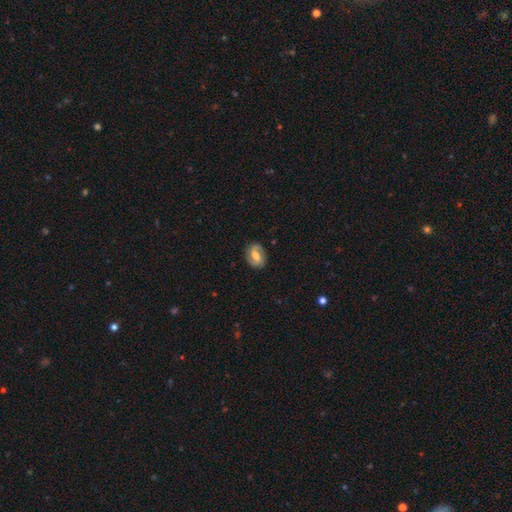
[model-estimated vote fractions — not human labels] Smooth or featured?
  - featured or disk: 68% *
  - smooth: 25%
  - star or artifact: 7%
Edge-on disk?
  - no: 97% *
  - yes: 3%
Bar?
  - weak: 49% *
  - no: 28%
  - strong: 23%
Spiral arms?
  - yes: 90% *
  - no: 10%
Spiral winding?
  - medium: 46% *
  - tight: 28%
  - loose: 25%
Spiral arm count?
  - 2: 88% *
  - can't tell: 5%
  - 1: 4%
  - 3: 1%
  - 4: 1%
  - more than 4: 1%
Bulge size?
  - moderate: 61% *
  - large: 17%
  - small: 17%
  - none: 3%
  - dominant: 2%
Merging?
  - none: 83% *
  - minor disturbance: 12%
  - major disturbance: 3%
  - merger: 1%